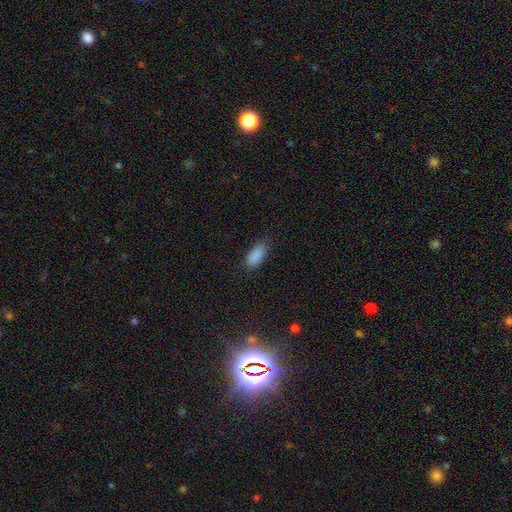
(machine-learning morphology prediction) smooth_or_featured: smooth (p=0.88) [alt: star or artifact p=0.08]
how_rounded: in between (p=0.86) [alt: cigar-shaped p=0.12]
merging: none (p=0.76) [alt: minor disturbance p=0.18]